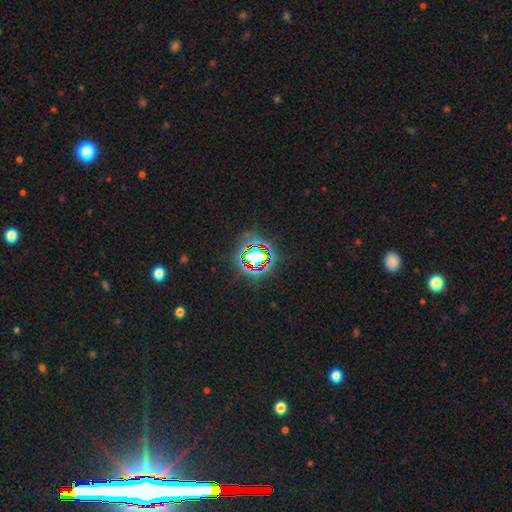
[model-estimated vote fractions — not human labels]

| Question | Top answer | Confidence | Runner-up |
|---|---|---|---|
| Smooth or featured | star or artifact | 68% | smooth (19%) |